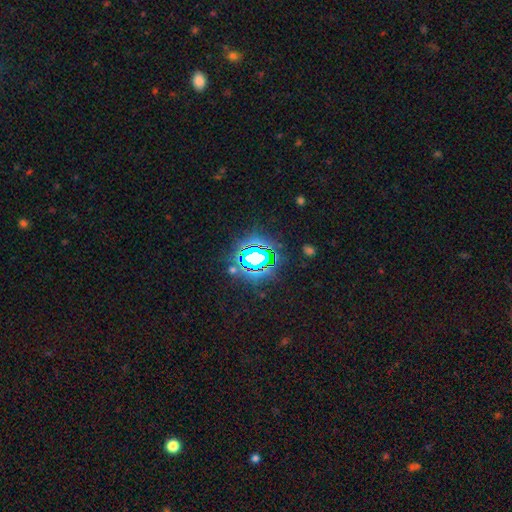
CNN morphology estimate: smooth-or-featured: star or artifact: 74% | smooth: 14% | featured or disk: 12%